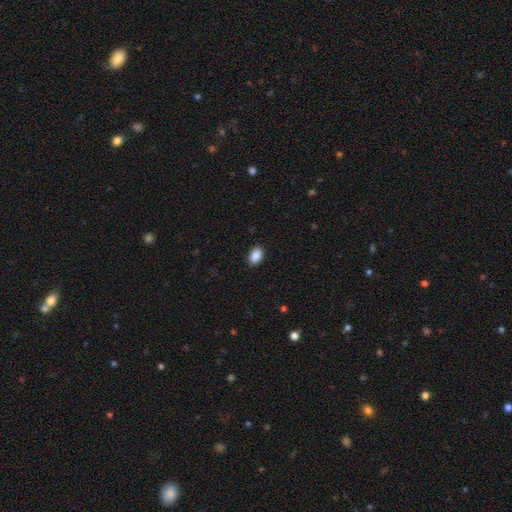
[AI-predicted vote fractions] smooth_or_featured: smooth (p=0.88) [alt: star or artifact p=0.08]
how_rounded: in between (p=0.90) [alt: round p=0.09]
merging: none (p=0.91) [alt: minor disturbance p=0.07]